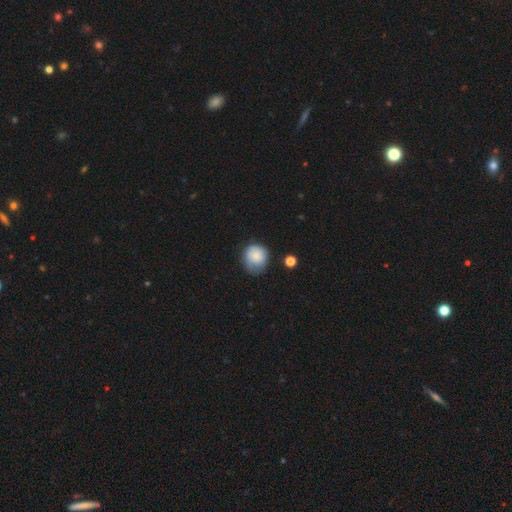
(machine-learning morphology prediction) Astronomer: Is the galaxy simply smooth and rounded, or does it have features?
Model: smooth — 81%.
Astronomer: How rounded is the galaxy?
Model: round — 81%.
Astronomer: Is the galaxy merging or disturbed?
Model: none — 56% (runner-up: minor disturbance, 33%).